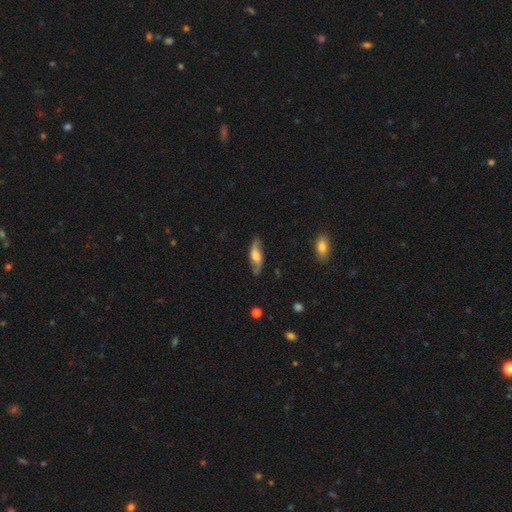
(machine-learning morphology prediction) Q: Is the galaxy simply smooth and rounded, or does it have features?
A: featured or disk — 65%.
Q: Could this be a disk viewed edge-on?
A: no — 81%.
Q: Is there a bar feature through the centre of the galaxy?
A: no — 49%.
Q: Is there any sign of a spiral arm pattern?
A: yes — 91%.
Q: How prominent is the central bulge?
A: moderate — 40%.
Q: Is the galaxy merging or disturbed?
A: none — 80%.